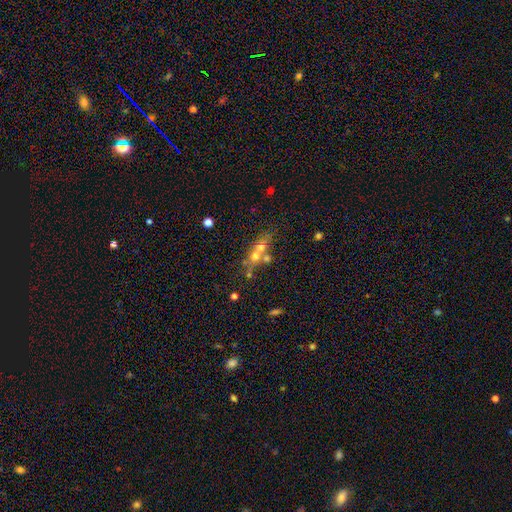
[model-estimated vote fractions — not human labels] This appears to be a smooth galaxy with no disk features (43%). Merging: merger (49%).